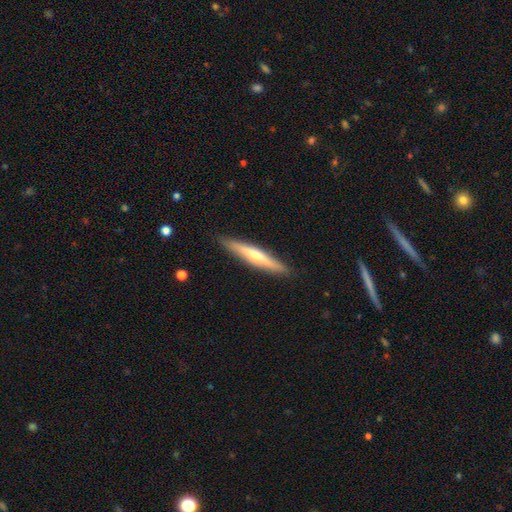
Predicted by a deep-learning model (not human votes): Smooth or featured?
  - featured or disk: 53% *
  - smooth: 41%
  - star or artifact: 5%
Edge-on disk?
  - yes: 95% *
  - no: 5%
Edge-on bulge?
  - rounded: 74% *
  - none: 21%
  - boxy: 6%
Merging?
  - none: 90% *
  - minor disturbance: 8%
  - major disturbance: 1%
  - merger: 1%